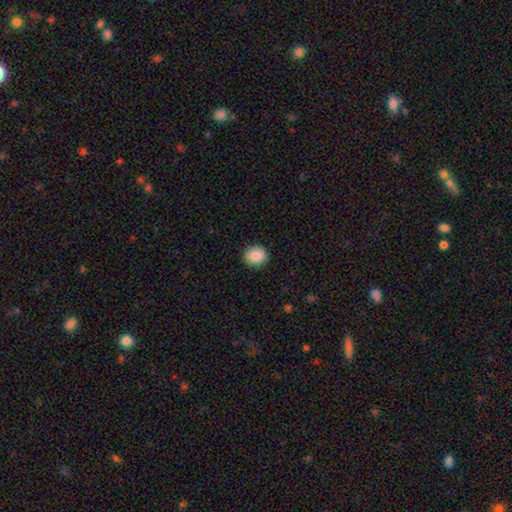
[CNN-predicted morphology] This is clearly a smooth galaxy (87%). How rounded: clearly round (84%). Merging: clearly none (90%).